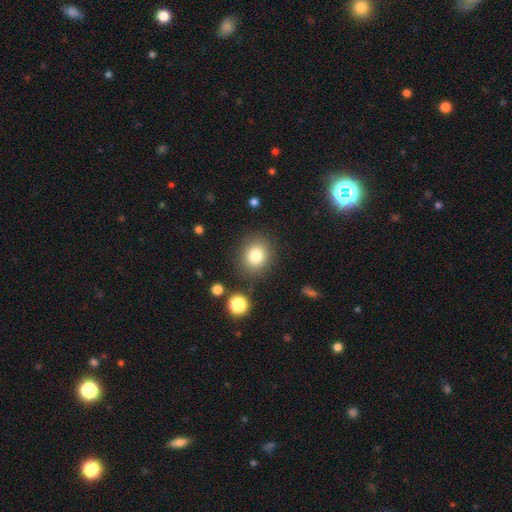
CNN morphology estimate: Smooth or featured: smooth — 81% (star or artifact — 11%)
How rounded: round — 76% (in between — 23%)
Merging: none — 85% (minor disturbance — 9%)